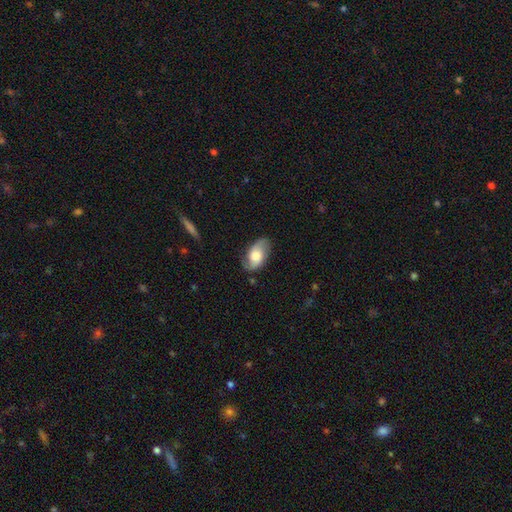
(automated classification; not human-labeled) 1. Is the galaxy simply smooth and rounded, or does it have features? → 55% featured or disk, 38% smooth, 7% star or artifact.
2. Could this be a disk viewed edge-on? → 94% no, 6% yes.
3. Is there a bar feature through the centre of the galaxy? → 66% no, 28% weak, 6% strong.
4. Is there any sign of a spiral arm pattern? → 87% yes, 13% no.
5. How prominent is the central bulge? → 41% large, 38% moderate, 11% small, 6% dominant, 5% none.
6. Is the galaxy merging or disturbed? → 73% none, 20% minor disturbance, 6% major disturbance, 1% merger.